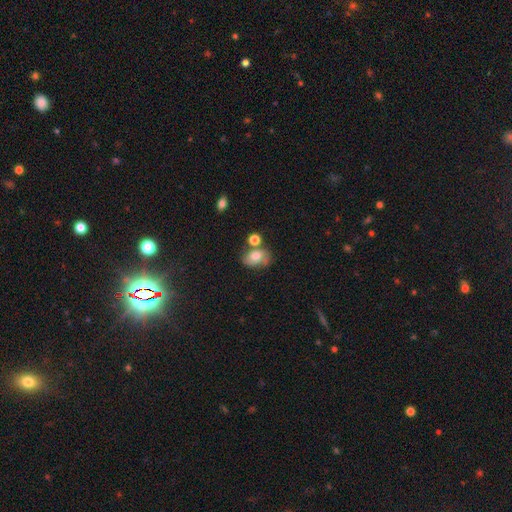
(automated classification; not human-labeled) Overall: smooth (65%). How rounded: in between (73%). Merging: none (46%; minor disturbance 22%).